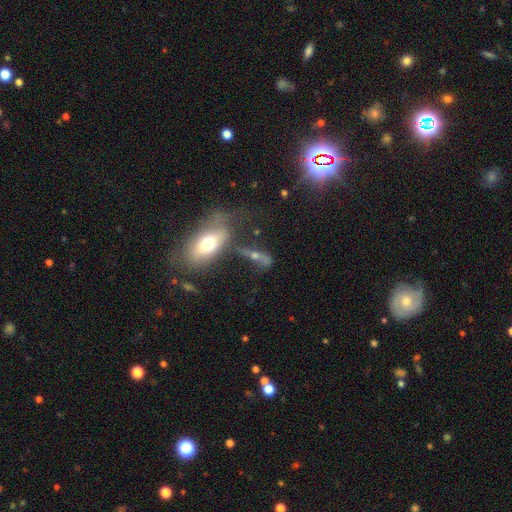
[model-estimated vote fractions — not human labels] Smooth or featured?
  - featured or disk: 47% *
  - smooth: 35%
  - star or artifact: 18%
Merging?
  - none: 42% *
  - major disturbance: 20%
  - minor disturbance: 20%
  - merger: 18%